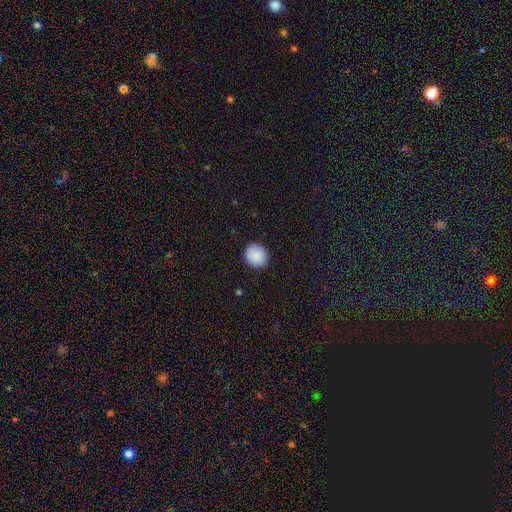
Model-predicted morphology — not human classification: type=smooth (89%); roundness=round (81%); merging=none (90%).